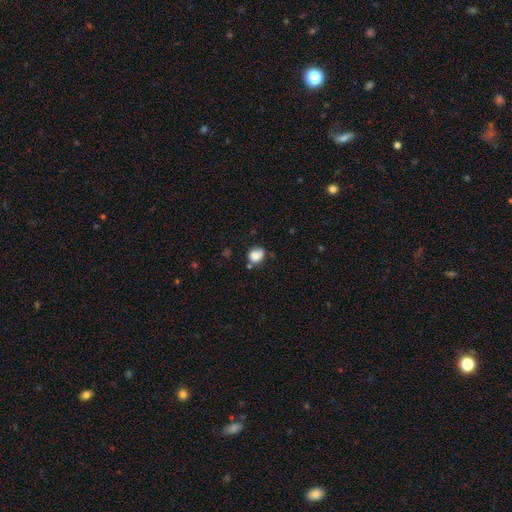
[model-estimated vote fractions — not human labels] This is clearly a smooth galaxy (82%). How rounded: likely round (66%). Merging: possibly none (57%).